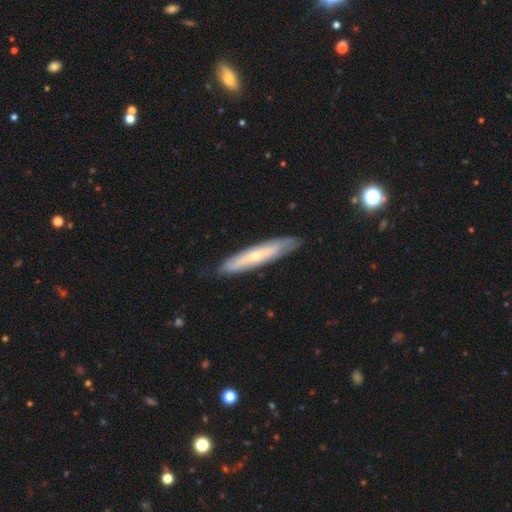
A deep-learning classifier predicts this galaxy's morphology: Smooth or featured? Predicted: featured or disk (p=0.55). Edge-on disk? Predicted: yes (p=0.63). Merging? Predicted: none (p=0.82).